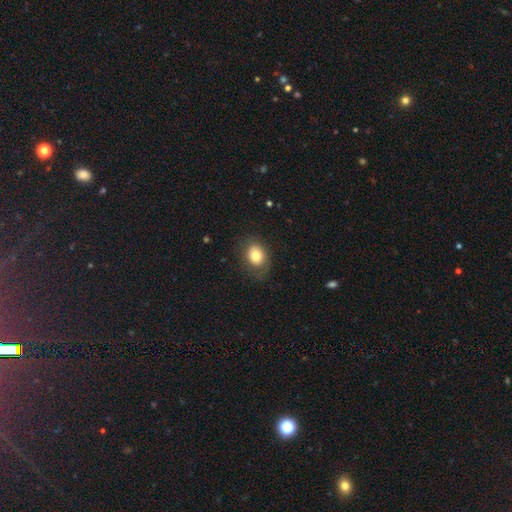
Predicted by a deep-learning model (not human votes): This appears to be a smooth galaxy with no disk features (77%) that is in between round and cigar-shaped (61%). Merging: none (73%).